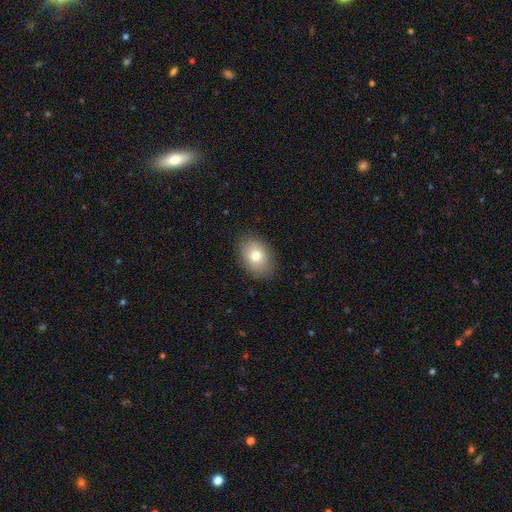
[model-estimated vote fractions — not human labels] Q: Smooth or featured?
A: smooth (77%); runner-up: featured or disk (14%)
Q: How rounded?
A: in between (81%); runner-up: round (18%)
Q: Merging?
A: none (87%); runner-up: minor disturbance (9%)